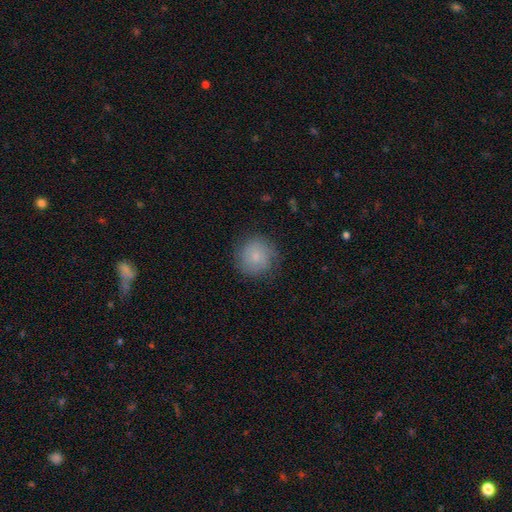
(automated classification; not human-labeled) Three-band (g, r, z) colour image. It shows a smooth galaxy with no disk features (76%) that is round (93%). Merging: none (80%).